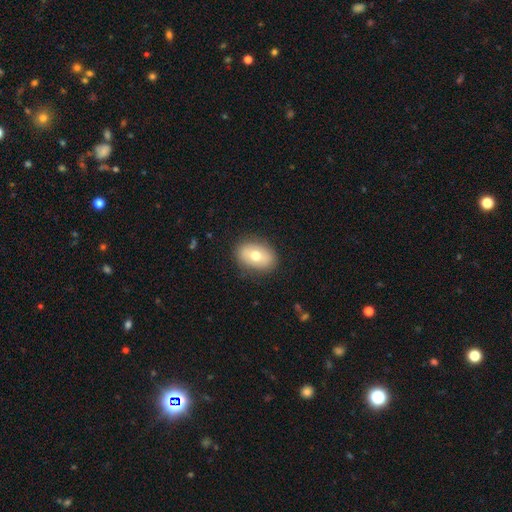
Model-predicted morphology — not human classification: Q: Smooth or featured?
A: smooth (68%); runner-up: featured or disk (24%)
Q: How rounded?
A: in between (80%); runner-up: round (19%)
Q: Merging?
A: none (85%); runner-up: minor disturbance (11%)